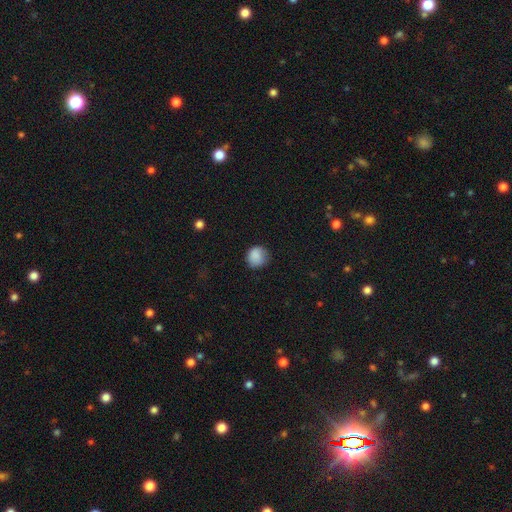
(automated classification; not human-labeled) smooth_or_featured: smooth (p=0.87) [alt: star or artifact p=0.08]
how_rounded: round (p=0.87) [alt: in between p=0.12]
merging: none (p=0.74) [alt: minor disturbance p=0.20]